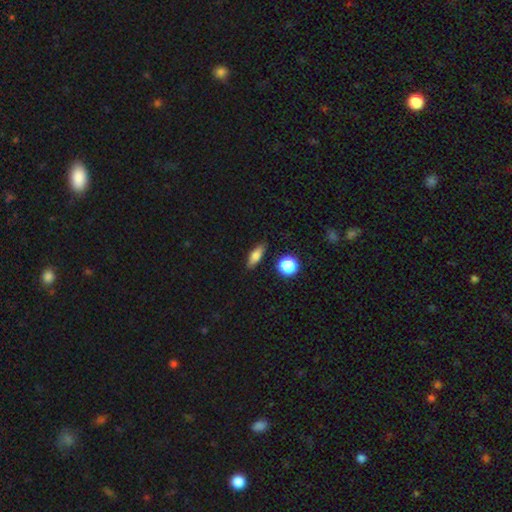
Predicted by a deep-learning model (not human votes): Smooth or featured: smooth — 72% (featured or disk — 18%)
How rounded: in between — 55% (cigar-shaped — 37%)
Merging: none — 85% (minor disturbance — 11%)